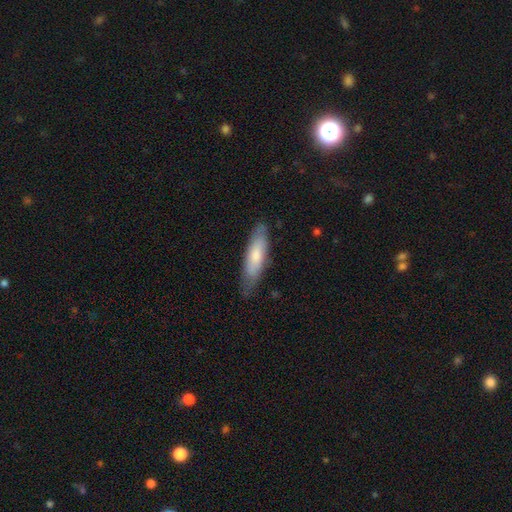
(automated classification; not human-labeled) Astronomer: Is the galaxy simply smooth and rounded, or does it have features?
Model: smooth — 66%.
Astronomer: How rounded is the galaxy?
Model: cigar-shaped — 60% (runner-up: in between, 39%).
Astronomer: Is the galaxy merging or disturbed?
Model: none — 73%.